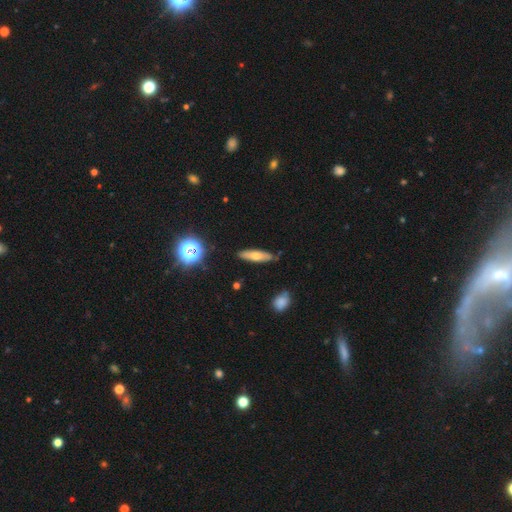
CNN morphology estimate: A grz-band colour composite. It shows a smooth galaxy with no disk features (60%) that is cigar-shaped (65%). Merging: none (83%).